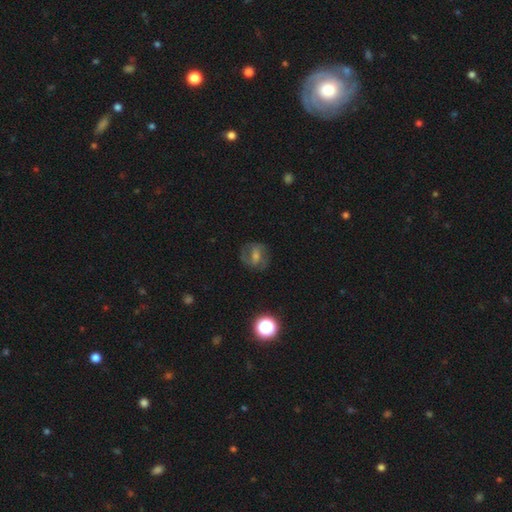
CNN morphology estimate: Smooth or featured: featured or disk — 56% (smooth — 29%)
Edge-on disk: no — 96% (yes — 4%)
Bar: weak — 45% (strong — 31%)
Spiral arms: yes — 76% (no — 24%)
Bulge size: moderate — 47% (small — 38%)
Merging: none — 78% (minor disturbance — 14%)